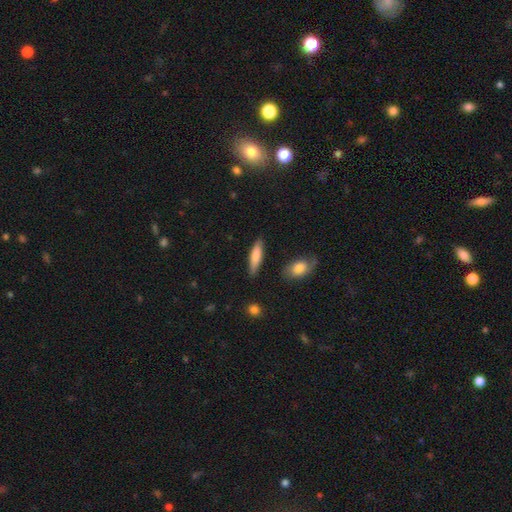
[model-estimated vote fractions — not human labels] Smooth or featured? smooth (77%)
How rounded? cigar-shaped (69%)
Merging? none (82%)